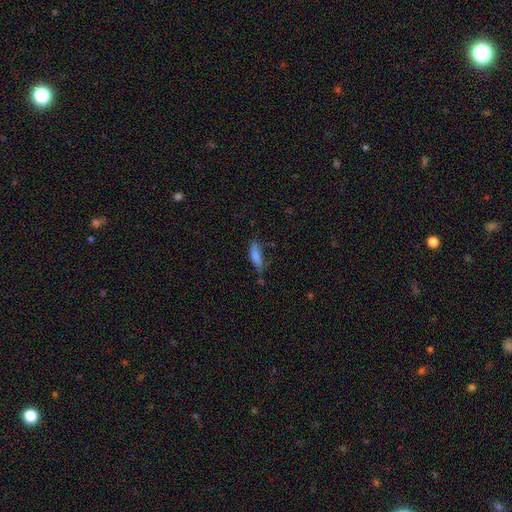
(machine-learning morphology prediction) smooth 71%, featured or disk 21%, star or artifact 7%. Down the decision tree: how rounded — cigar-shaped (50%); merging — none (61%).